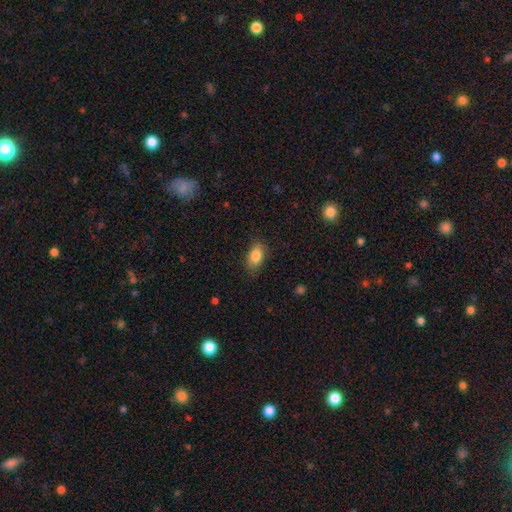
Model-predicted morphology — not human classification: This appears to be a smooth galaxy with no disk features (85%) that is in between round and cigar-shaped (89%). Merging: none (83%).